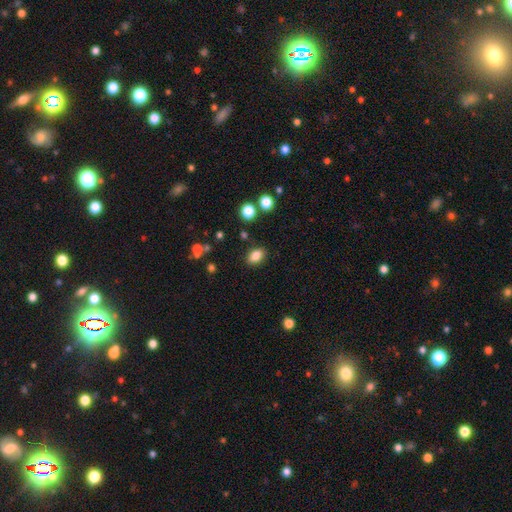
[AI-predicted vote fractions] Smooth or featured? smooth (84%)
How rounded? in between (82%)
Merging? none (85%)